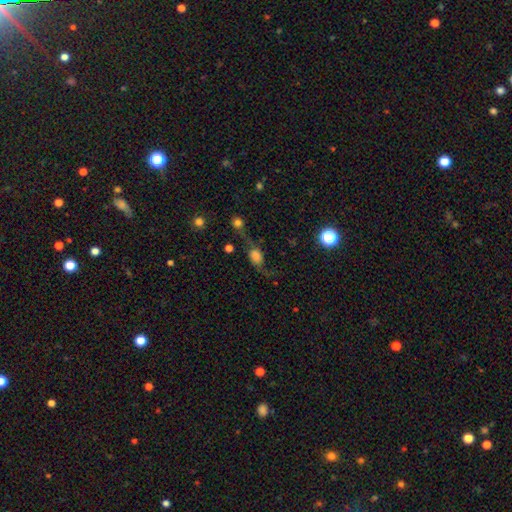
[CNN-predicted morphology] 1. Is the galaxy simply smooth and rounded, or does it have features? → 52% smooth, 34% featured or disk, 14% star or artifact.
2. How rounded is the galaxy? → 54% in between, 42% round, 5% cigar-shaped.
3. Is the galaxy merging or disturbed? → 35% none, 28% major disturbance, 19% minor disturbance, 19% merger.